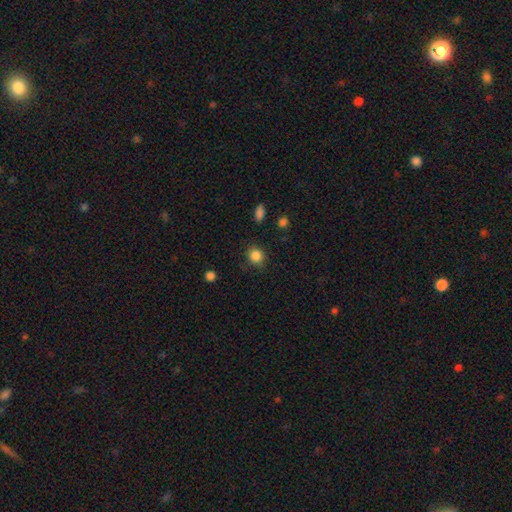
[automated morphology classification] Smooth or featured? Predicted: smooth (p=0.85). How rounded? Predicted: round (p=0.82). Merging? Predicted: none (p=0.81).